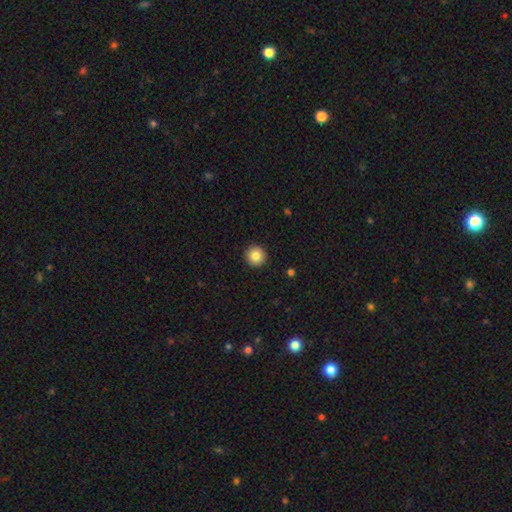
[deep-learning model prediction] smooth 85%, star or artifact 9%, featured or disk 6%. Down the decision tree: how rounded — round (96%); merging — none (93%).